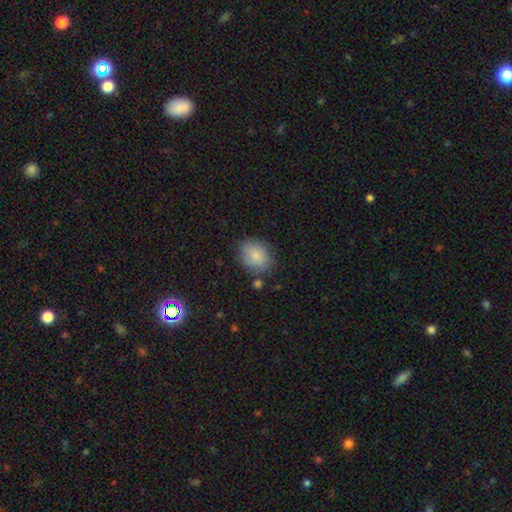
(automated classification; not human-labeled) Overall: smooth (82%). How rounded: in between (50%; round 49%). Merging: none (73%).